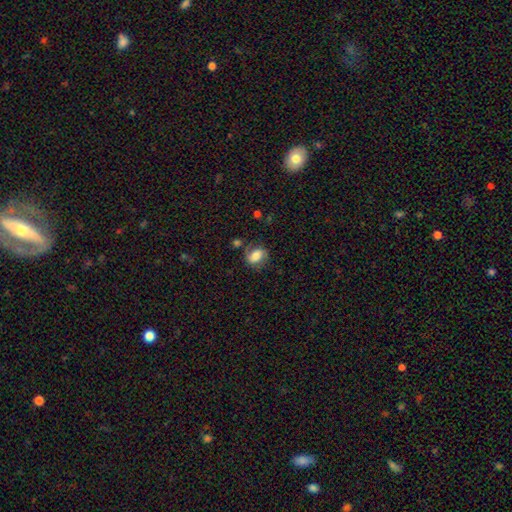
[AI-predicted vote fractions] Smooth or featured?
  - smooth: 67% *
  - featured or disk: 23%
  - star or artifact: 9%
How rounded?
  - in between: 69% *
  - round: 29%
  - cigar-shaped: 2%
Merging?
  - none: 65% *
  - minor disturbance: 21%
  - major disturbance: 8%
  - merger: 6%